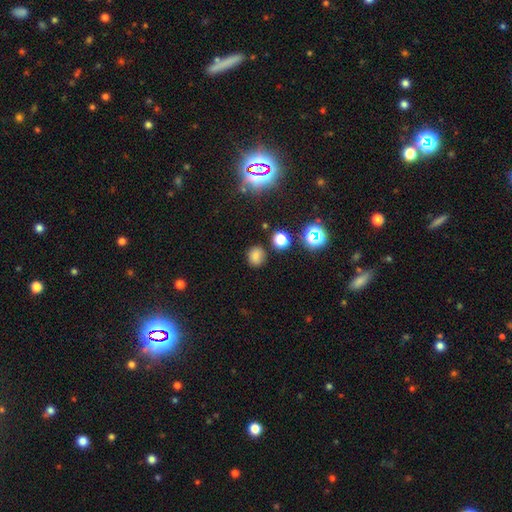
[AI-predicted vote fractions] This is likely a smooth galaxy (76%). How rounded: likely round (74%). Merging: clearly none (82%).